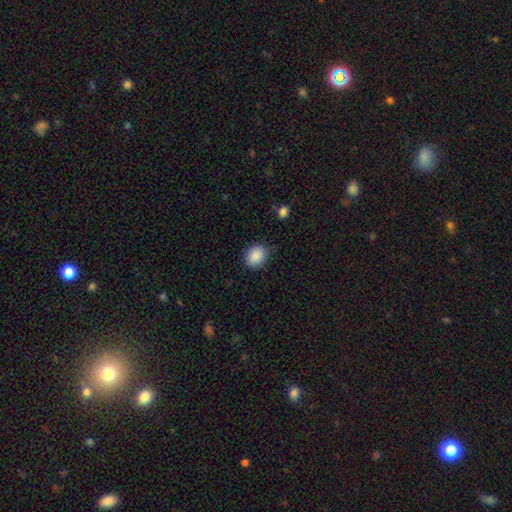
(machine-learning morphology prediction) smooth-or-featured: smooth: 89% | star or artifact: 8% | featured or disk: 4%
  how-rounded: round: 52% | in between: 47% | cigar-shaped: 1%
  merging: none: 82% | minor disturbance: 13% | major disturbance: 3% | merger: 1%